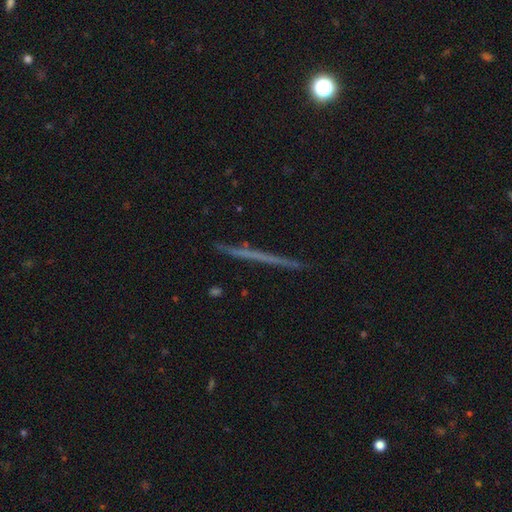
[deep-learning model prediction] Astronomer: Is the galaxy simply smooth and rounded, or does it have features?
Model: featured or disk — 55% (runner-up: smooth, 34%).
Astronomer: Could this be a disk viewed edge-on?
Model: yes — 96%.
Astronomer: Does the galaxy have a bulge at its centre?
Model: none — 89%.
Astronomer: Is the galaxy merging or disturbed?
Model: none — 91%.